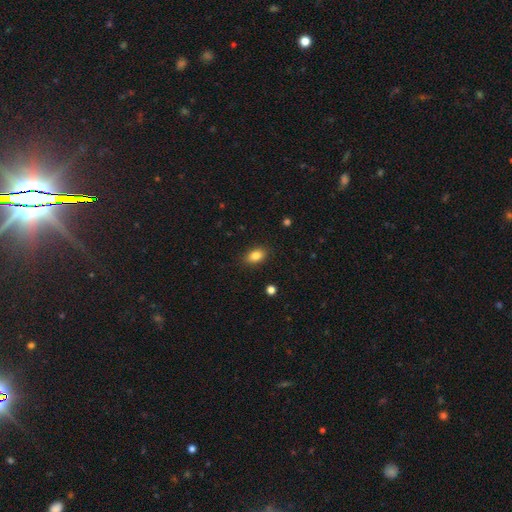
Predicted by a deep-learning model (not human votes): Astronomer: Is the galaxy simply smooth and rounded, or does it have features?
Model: smooth — 84%.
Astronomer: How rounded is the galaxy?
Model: in between — 84%.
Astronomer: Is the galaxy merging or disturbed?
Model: none — 88%.